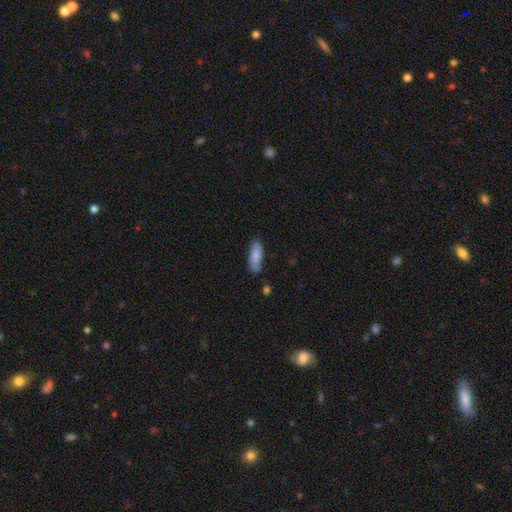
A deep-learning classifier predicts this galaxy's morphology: Smooth or featured? smooth (83%)
How rounded? in between (65%)
Merging? none (78%)